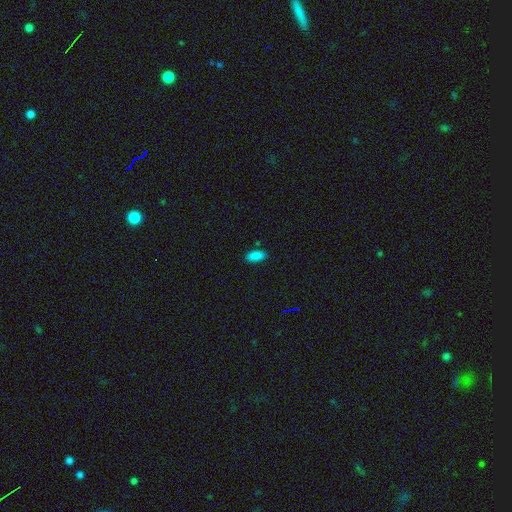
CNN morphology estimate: Smooth or featured? Predicted: smooth (p=0.86). How rounded? Predicted: in between (p=0.88). Merging? Predicted: none (p=0.87).